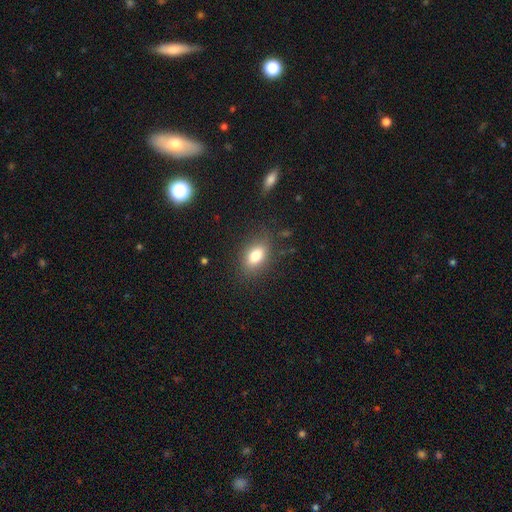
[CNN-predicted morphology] type=smooth (81%); roundness=in between (86%); merging=none (81%).